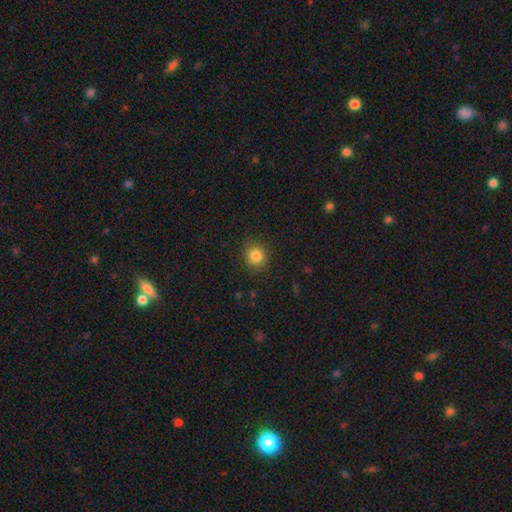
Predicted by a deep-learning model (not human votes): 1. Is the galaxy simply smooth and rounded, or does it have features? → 84% smooth, 11% star or artifact, 5% featured or disk.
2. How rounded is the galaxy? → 89% round, 10% in between, 1% cigar-shaped.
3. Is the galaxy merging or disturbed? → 88% none, 9% minor disturbance, 3% major disturbance, 1% merger.